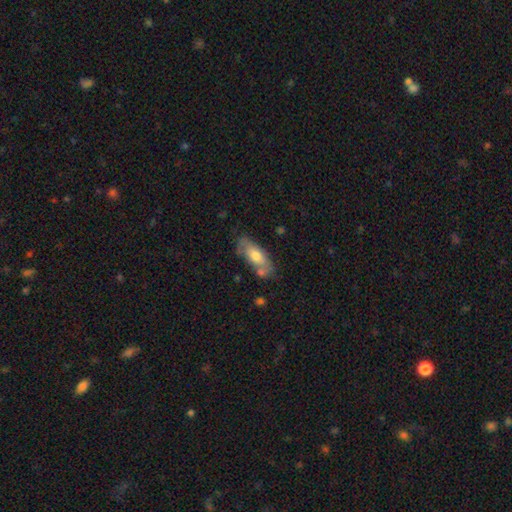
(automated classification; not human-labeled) Smooth or featured? smooth (64%)
How rounded? in between (76%)
Merging? none (63%)